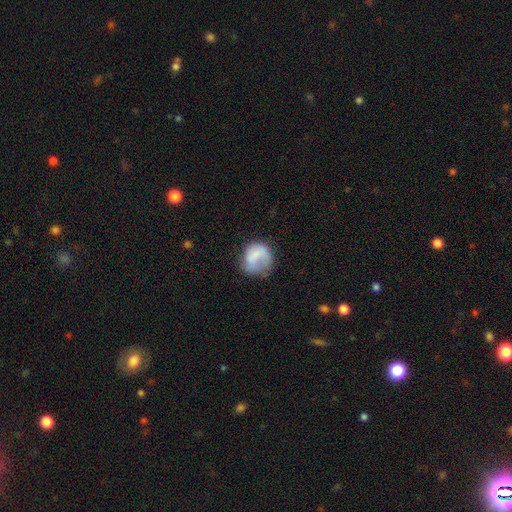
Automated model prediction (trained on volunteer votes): Q: Smooth or featured?
A: smooth (70%); runner-up: featured or disk (22%)
Q: How rounded?
A: round (81%); runner-up: in between (18%)
Q: Merging?
A: none (47%); runner-up: minor disturbance (27%)